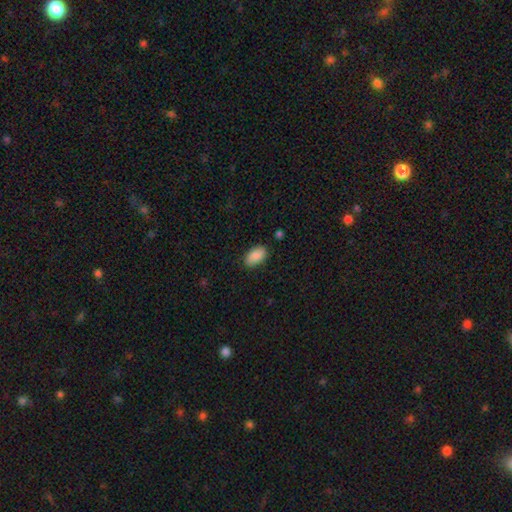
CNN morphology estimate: type=smooth (88%); roundness=in between (94%); merging=none (86%).